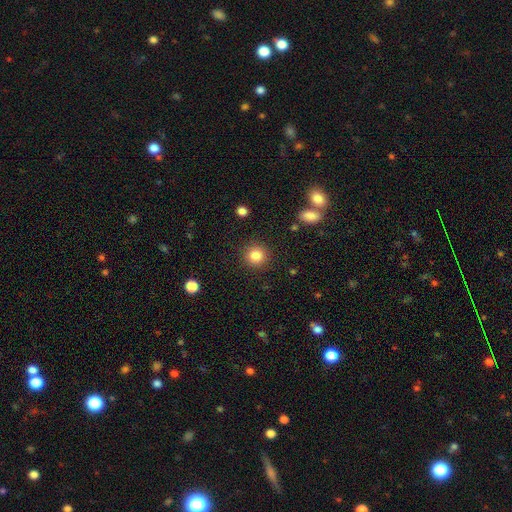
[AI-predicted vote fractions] This appears to be a smooth galaxy with no disk features (84%) that is round (93%). Merging: none (90%).